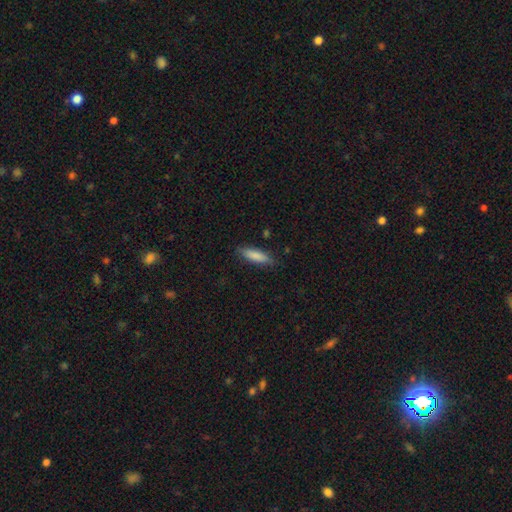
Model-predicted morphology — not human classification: Smooth or featured: smooth — 84% (featured or disk — 10%)
How rounded: cigar-shaped — 56% (in between — 42%)
Merging: none — 83% (minor disturbance — 13%)